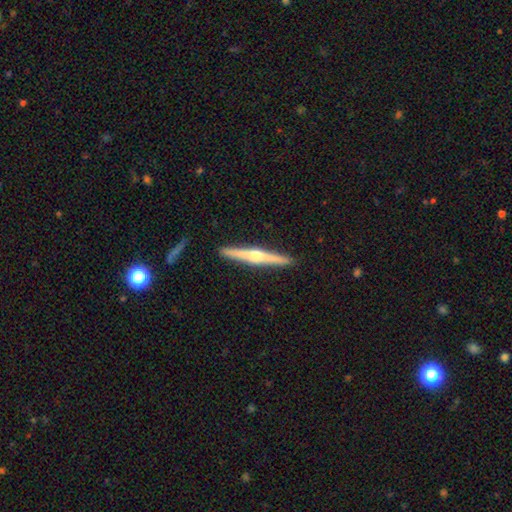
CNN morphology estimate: A featured or disk galaxy (74%) viewed edge-on (98%) with a rounded central bulge (91%).

Vote fractions:
- Smooth or featured? featured or disk: 74% / smooth: 21% / star or artifact: 5%
- Edge-on disk? yes: 98% / no: 2%
- Edge-on bulge? rounded: 91% / none: 5% / boxy: 4%
- Merging? none: 91% / minor disturbance: 6% / merger: 1% / major disturbance: 1%